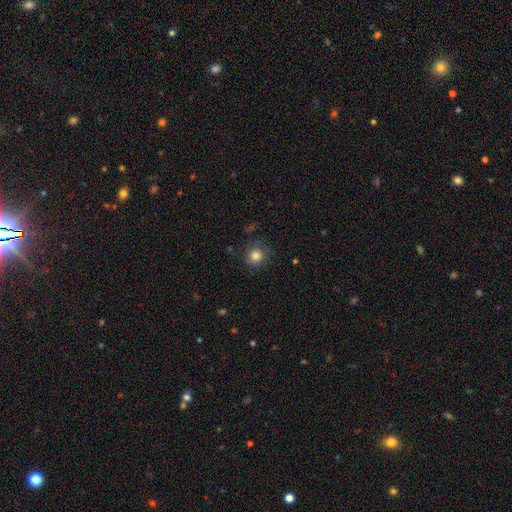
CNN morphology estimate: Smooth or featured: smooth — 82% (star or artifact — 12%)
How rounded: round — 89% (in between — 10%)
Merging: none — 84% (minor disturbance — 12%)